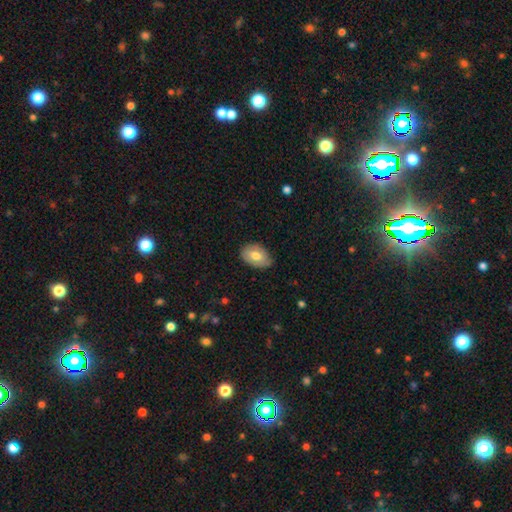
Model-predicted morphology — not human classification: Smooth or featured: smooth — 69% (featured or disk — 24%)
How rounded: in between — 86% (round — 13%)
Merging: none — 74% (minor disturbance — 22%)